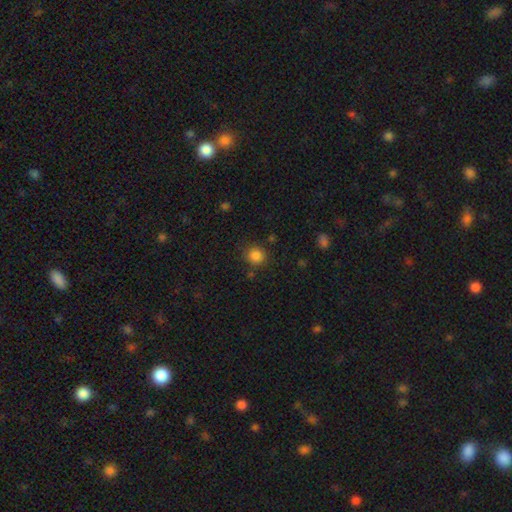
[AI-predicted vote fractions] smooth-or-featured: smooth: 85% | star or artifact: 11% | featured or disk: 4%
  how-rounded: round: 87% | in between: 12% | cigar-shaped: 1%
  merging: none: 83% | minor disturbance: 10% | major disturbance: 4% | merger: 3%